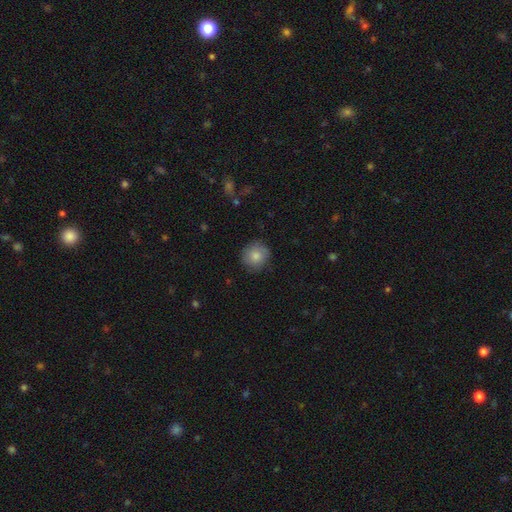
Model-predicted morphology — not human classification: smooth_or_featured: smooth (p=0.78) [alt: featured or disk p=0.14]
how_rounded: round (p=0.87) [alt: in between p=0.12]
merging: none (p=0.80) [alt: minor disturbance p=0.15]